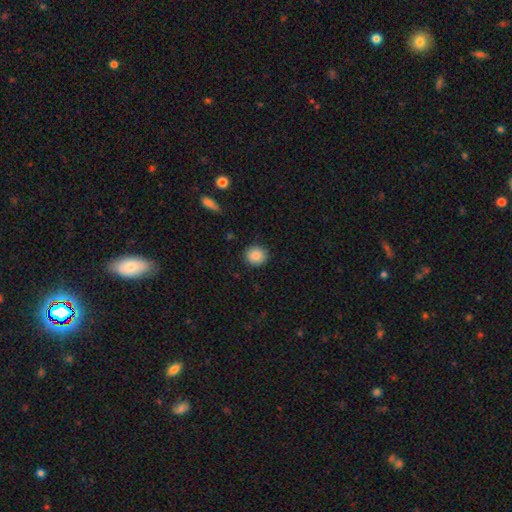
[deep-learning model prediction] A smooth galaxy with no disk features (87%) that is round (88%). Merging: none (89%).